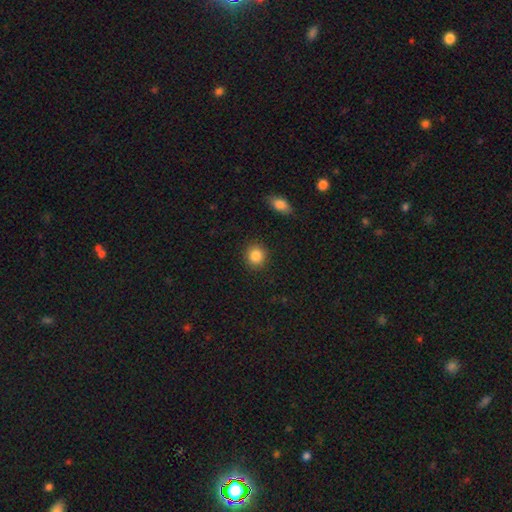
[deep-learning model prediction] A smooth galaxy with no disk features (86%) that is round (85%). Merging: none (90%).